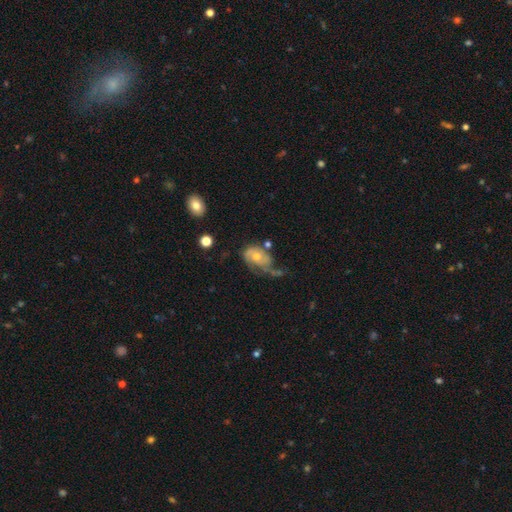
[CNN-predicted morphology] This is likely a featured or disk galaxy (67%). It is clearly not viewed edge-on (96%). Bar: likely no (76%). Spiral arm pattern: clearly yes (80%). Spiral arm count: marginally 2 (36%). Spiral winding: marginally medium (36%). Central bulge: possibly moderate (54%). Merging: marginally major disturbance (37%).